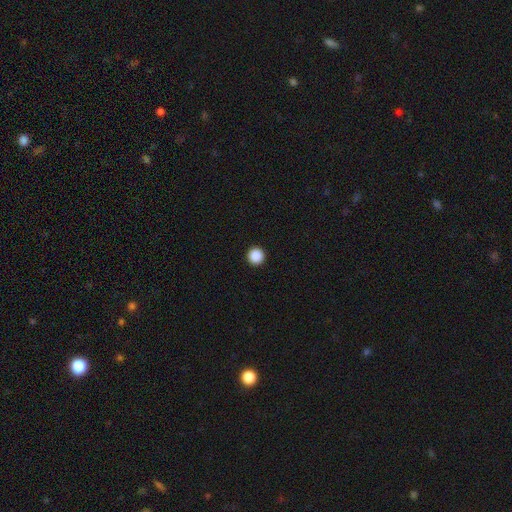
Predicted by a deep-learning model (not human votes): Overall: smooth (88%). How rounded: round (97%). Merging: none (94%).